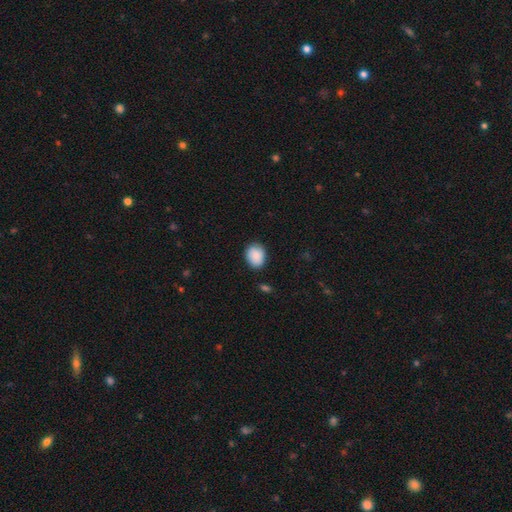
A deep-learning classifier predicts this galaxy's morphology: Smooth or featured? Predicted: smooth (p=0.89). How rounded? Predicted: in between (p=0.53). Merging? Predicted: none (p=0.84).